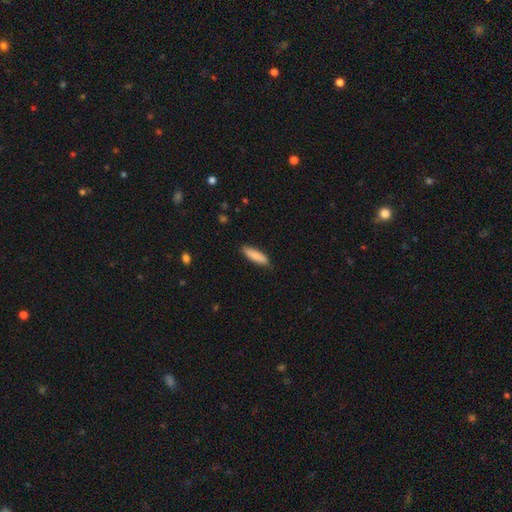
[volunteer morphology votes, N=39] smooth 79%, featured or disk 10%, star or artifact 10%. Down the decision tree: how rounded — cigar-shaped (55%); merging — none (86%).